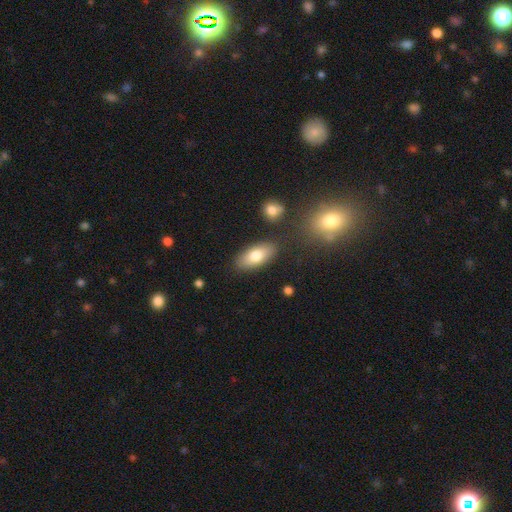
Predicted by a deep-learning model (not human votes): Q: Smooth or featured?
A: smooth (77%); runner-up: featured or disk (16%)
Q: How rounded?
A: in between (88%); runner-up: cigar-shaped (8%)
Q: Merging?
A: none (84%); runner-up: minor disturbance (10%)